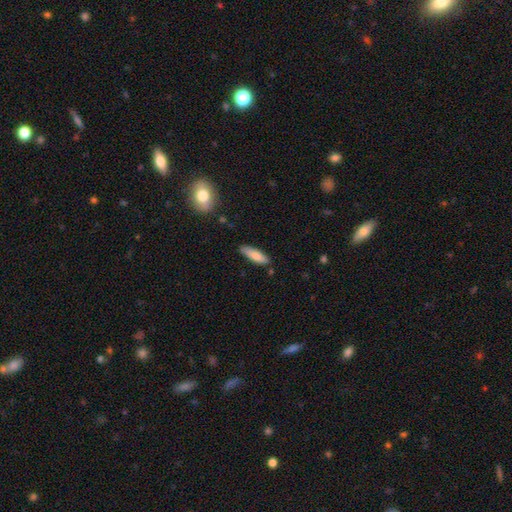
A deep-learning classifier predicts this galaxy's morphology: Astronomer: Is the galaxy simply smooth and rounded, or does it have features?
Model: smooth — 81%.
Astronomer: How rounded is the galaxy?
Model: cigar-shaped — 54% (runner-up: in between, 44%).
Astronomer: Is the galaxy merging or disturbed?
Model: none — 80%.